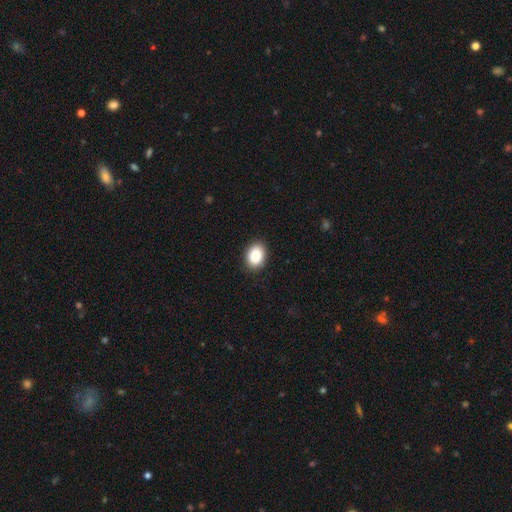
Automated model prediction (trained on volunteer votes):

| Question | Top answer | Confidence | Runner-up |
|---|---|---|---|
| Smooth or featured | smooth | 87% | star or artifact (8%) |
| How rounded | in between | 74% | round (25%) |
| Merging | none | 89% | minor disturbance (8%) |